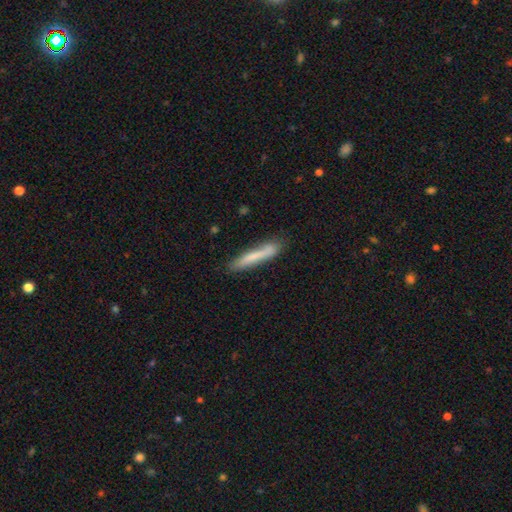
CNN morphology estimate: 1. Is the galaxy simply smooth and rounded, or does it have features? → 70% smooth, 24% featured or disk, 6% star or artifact.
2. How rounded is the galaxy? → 93% cigar-shaped, 6% in between, 1% round.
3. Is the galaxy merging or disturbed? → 75% none, 17% minor disturbance, 4% major disturbance, 4% merger.